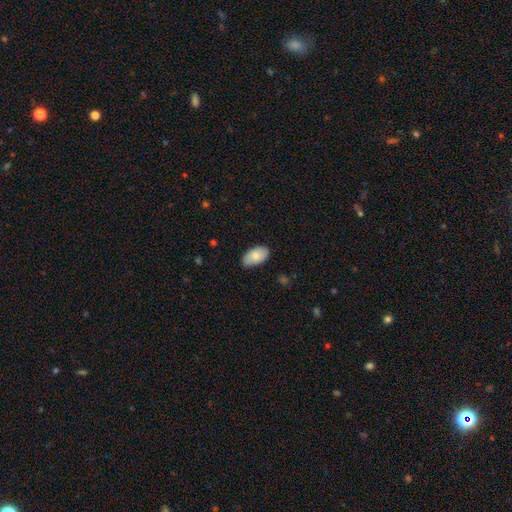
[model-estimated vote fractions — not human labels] Smooth or featured? Predicted: smooth (p=0.82). How rounded? Predicted: in between (p=0.95). Merging? Predicted: none (p=0.80).